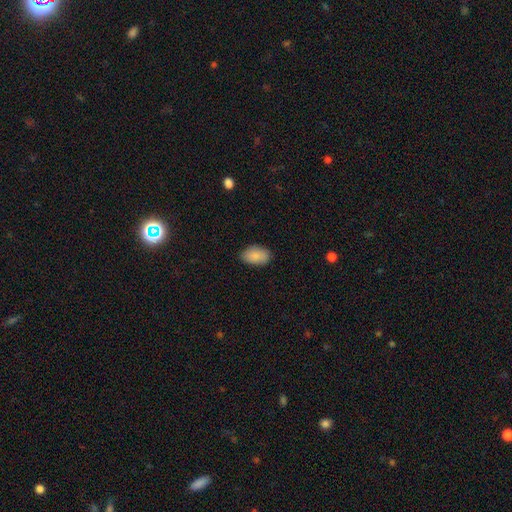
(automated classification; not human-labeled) smooth 88%, star or artifact 7%, featured or disk 5%. Down the decision tree: how rounded — in between (93%); merging — none (85%).